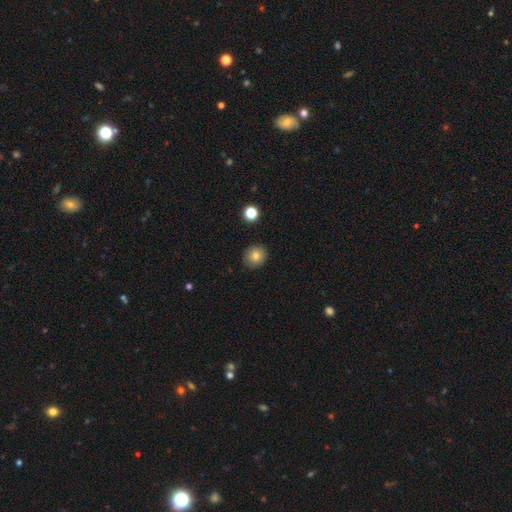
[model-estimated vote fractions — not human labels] Smooth or featured?
  - smooth: 80% *
  - star or artifact: 10%
  - featured or disk: 10%
How rounded?
  - round: 81% *
  - in between: 18%
  - cigar-shaped: 1%
Merging?
  - none: 88% *
  - minor disturbance: 9%
  - major disturbance: 2%
  - merger: 1%